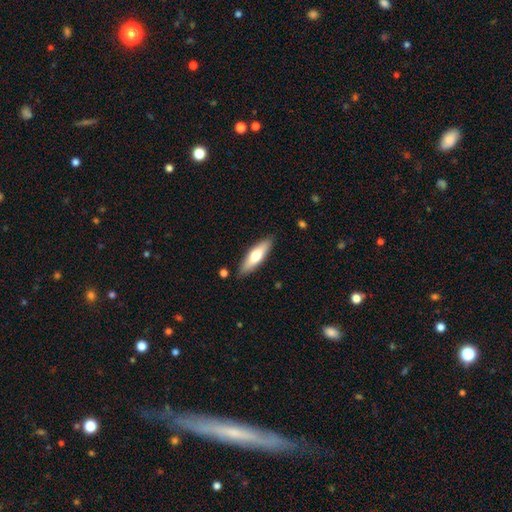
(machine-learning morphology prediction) smooth-or-featured: smooth: 60% | featured or disk: 35% | star or artifact: 5%
  how-rounded: cigar-shaped: 61% | in between: 37% | round: 2%
  merging: none: 85% | minor disturbance: 11% | major disturbance: 2% | merger: 2%